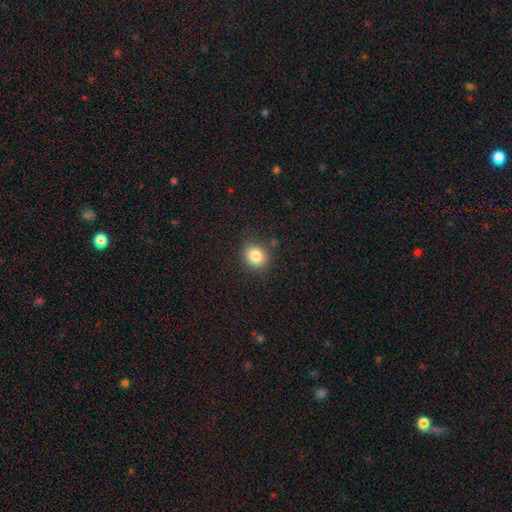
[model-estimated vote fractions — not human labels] This appears to be a smooth galaxy with no disk features (83%) that is round (71%). Merging: none (85%).